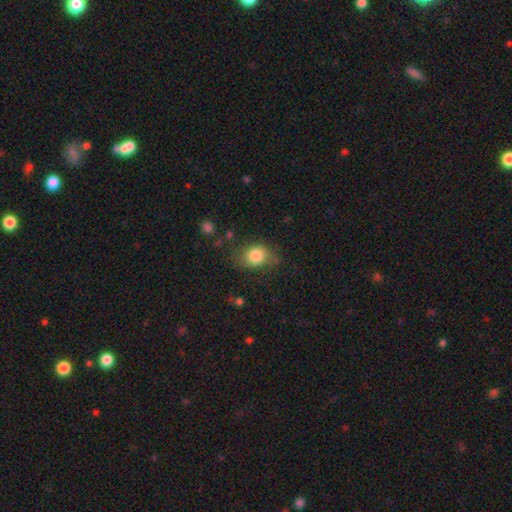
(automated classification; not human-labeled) Smooth or featured?
  - smooth: 80% *
  - featured or disk: 11%
  - star or artifact: 9%
How rounded?
  - in between: 51% *
  - round: 48%
  - cigar-shaped: 1%
Merging?
  - none: 62% *
  - minor disturbance: 26%
  - major disturbance: 10%
  - merger: 2%